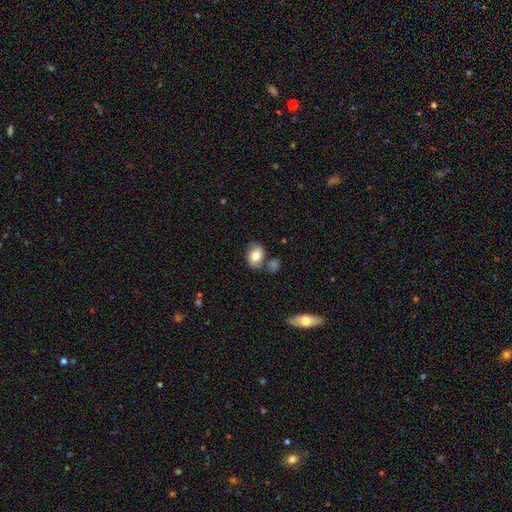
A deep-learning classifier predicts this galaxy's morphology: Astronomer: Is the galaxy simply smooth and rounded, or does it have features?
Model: smooth — 74%.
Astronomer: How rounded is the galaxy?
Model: in between — 74%.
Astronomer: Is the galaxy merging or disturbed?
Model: none — 63%.